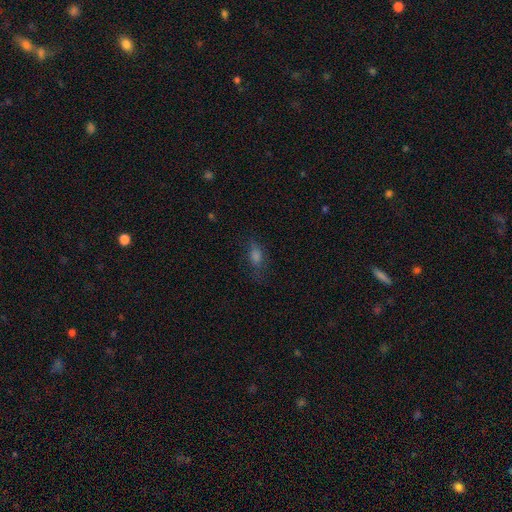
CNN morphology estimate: This is possibly a smooth galaxy (59%). How rounded: likely in between (71%). Merging: likely none (64%).